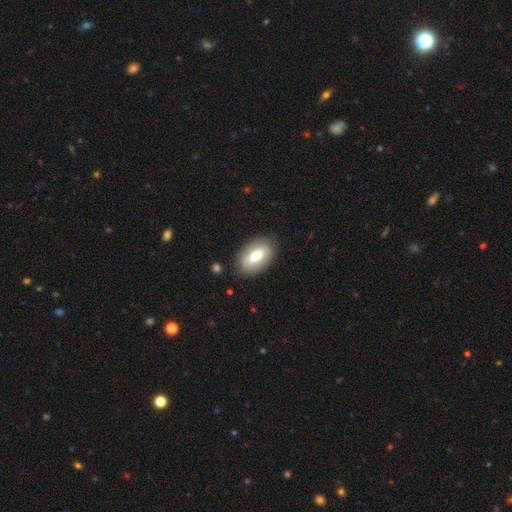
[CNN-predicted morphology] Smooth or featured? smooth (57%)
How rounded? in between (89%)
Merging? none (85%)